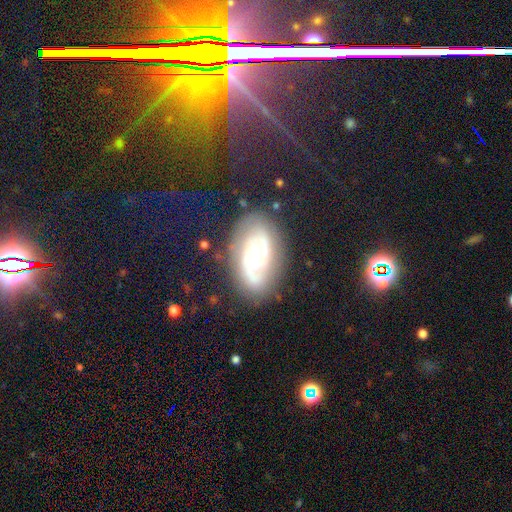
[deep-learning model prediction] Q: Smooth or featured?
A: featured or disk (81%); runner-up: smooth (13%)
Q: Edge-on disk?
A: no (96%); runner-up: yes (4%)
Q: Bar?
A: no (66%); runner-up: weak (28%)
Q: Spiral arms?
A: yes (92%); runner-up: no (8%)
Q: Spiral winding?
A: tight (44%); runner-up: medium (42%)
Q: Spiral arm count?
A: 2 (73%); runner-up: can't tell (14%)
Q: Bulge size?
A: moderate (53%); runner-up: small (40%)
Q: Merging?
A: none (78%); runner-up: minor disturbance (14%)